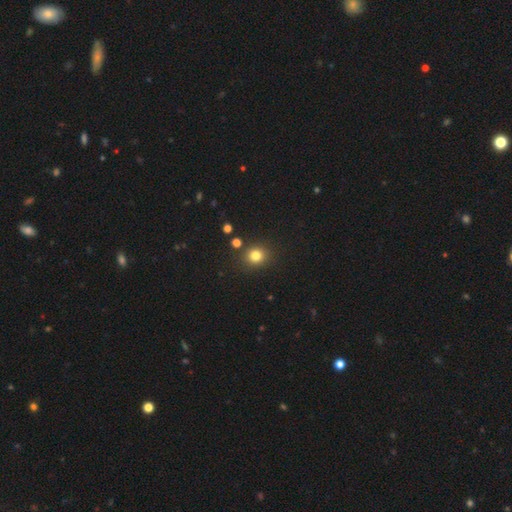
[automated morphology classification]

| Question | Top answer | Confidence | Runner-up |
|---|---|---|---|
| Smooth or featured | smooth | 80% | star or artifact (14%) |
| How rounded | round | 79% | in between (20%) |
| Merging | none | 85% | minor disturbance (8%) |